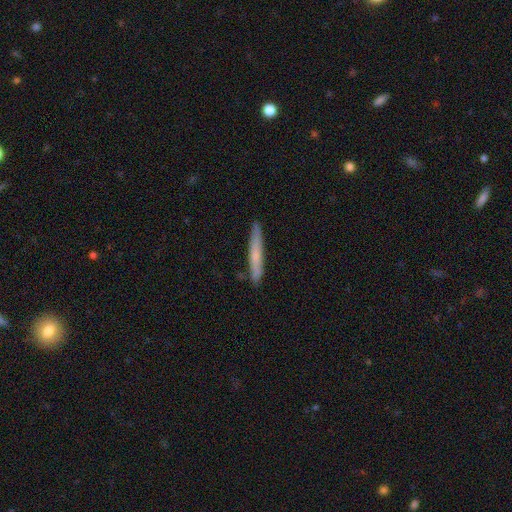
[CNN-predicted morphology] smooth 63%, featured or disk 32%, star or artifact 6%. Down the decision tree: how rounded — cigar-shaped (96%); merging — none (88%).